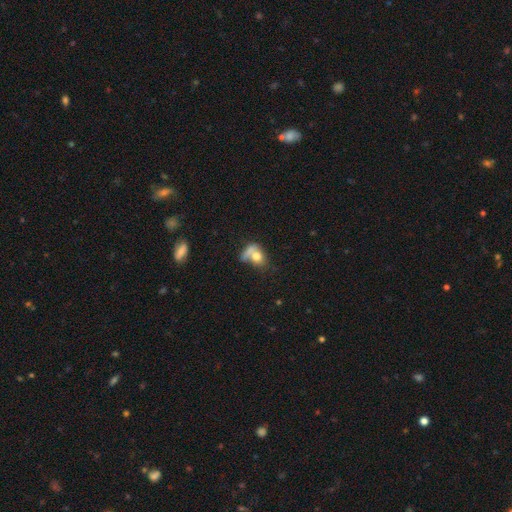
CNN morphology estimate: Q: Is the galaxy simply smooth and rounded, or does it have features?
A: smooth — 69%.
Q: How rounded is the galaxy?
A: in between — 59%.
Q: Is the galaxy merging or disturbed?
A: merger — 38%.